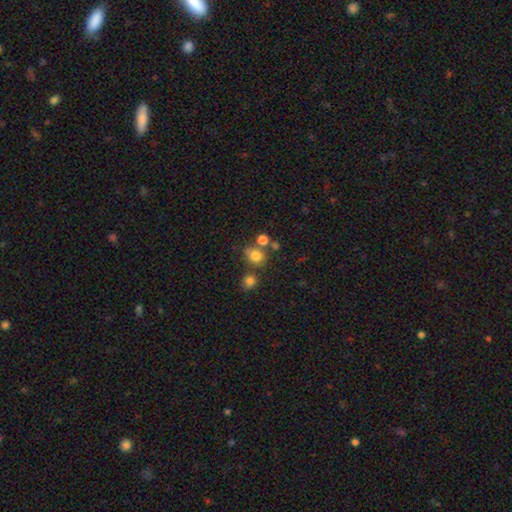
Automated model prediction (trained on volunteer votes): Morphology: type=smooth (77%); roundness=round (74%); merging=none (62%).